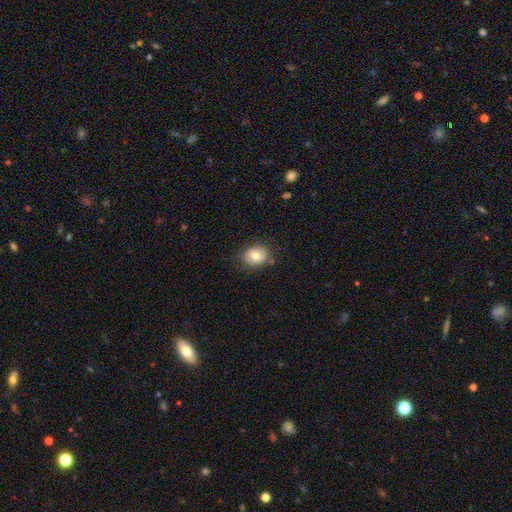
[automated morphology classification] A smooth galaxy with no disk features (77%) that is round (52%).

Vote fractions:
- Smooth or featured? smooth: 77% / featured or disk: 14% / star or artifact: 9%
- How rounded? round: 52% / in between: 47% / cigar-shaped: 1%
- Merging? none: 78% / minor disturbance: 15% / merger: 3% / major disturbance: 3%